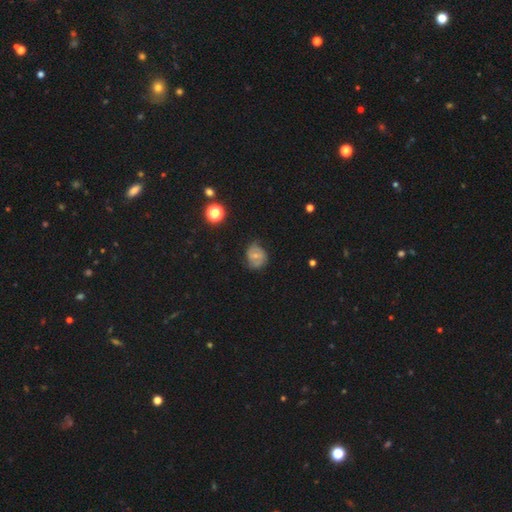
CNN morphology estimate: Smooth or featured? smooth (46%)
Merging? none (62%)